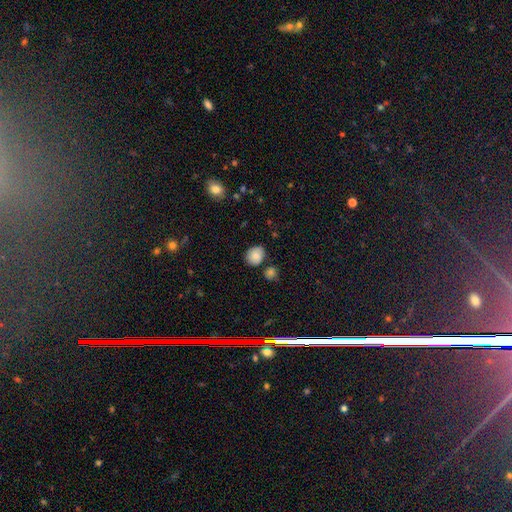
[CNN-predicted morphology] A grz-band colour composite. It shows a smooth galaxy with no disk features (84%) that is round (69%). Merging: none (74%).